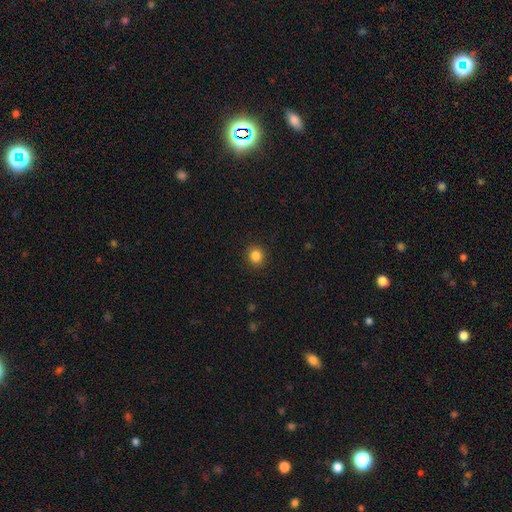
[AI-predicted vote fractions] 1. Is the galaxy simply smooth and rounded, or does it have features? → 85% smooth, 11% star or artifact, 4% featured or disk.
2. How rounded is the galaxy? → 84% round, 15% in between, 1% cigar-shaped.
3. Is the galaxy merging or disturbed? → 91% none, 6% minor disturbance, 2% major disturbance, 1% merger.